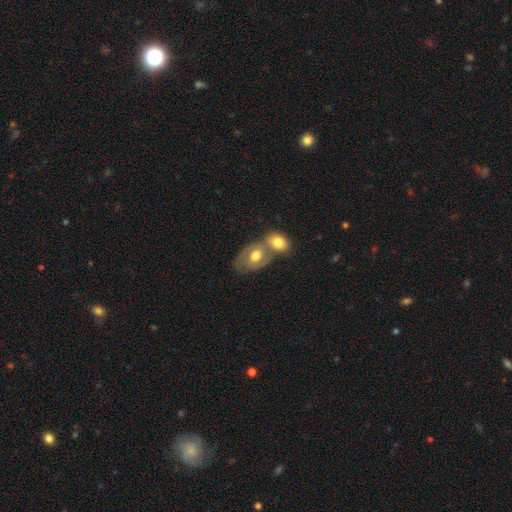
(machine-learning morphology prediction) This is possibly a smooth galaxy (51%). How rounded: likely in between (78%). Merging: possibly merger (59%).